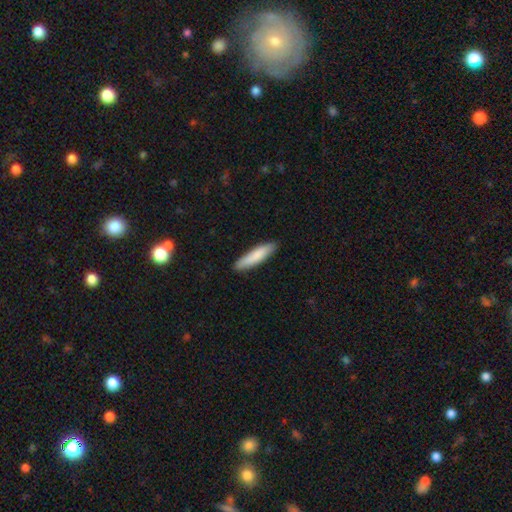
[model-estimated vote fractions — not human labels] This appears to be a smooth galaxy with no disk features (84%) that is cigar-shaped (80%). Merging: none (89%).